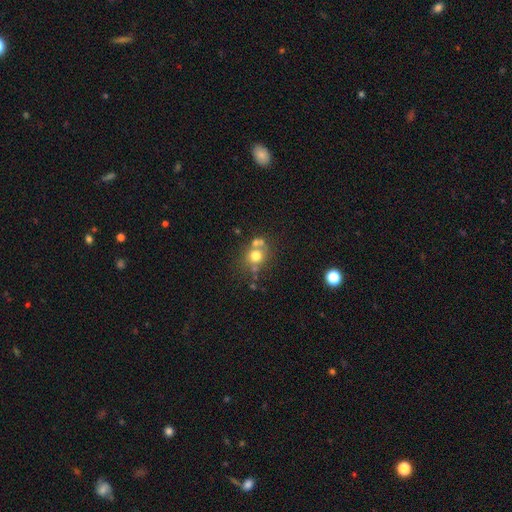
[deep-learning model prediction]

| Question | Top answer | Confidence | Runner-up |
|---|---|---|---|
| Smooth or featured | smooth | 67% | featured or disk (18%) |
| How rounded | round | 81% | in between (18%) |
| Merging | none | 51% | merger (31%) |